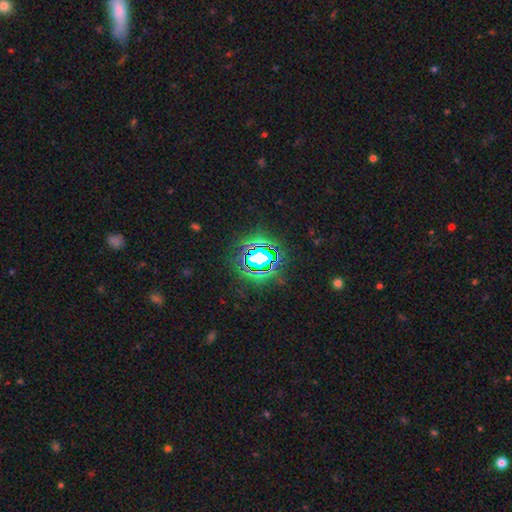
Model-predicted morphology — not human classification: This is likely a star or artifact rather than a galaxy (79%).